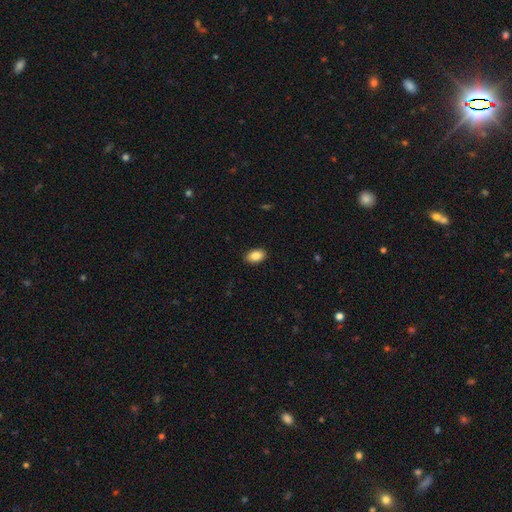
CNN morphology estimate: This is clearly a smooth galaxy (87%). How rounded: clearly in between (89%). Merging: clearly none (89%).